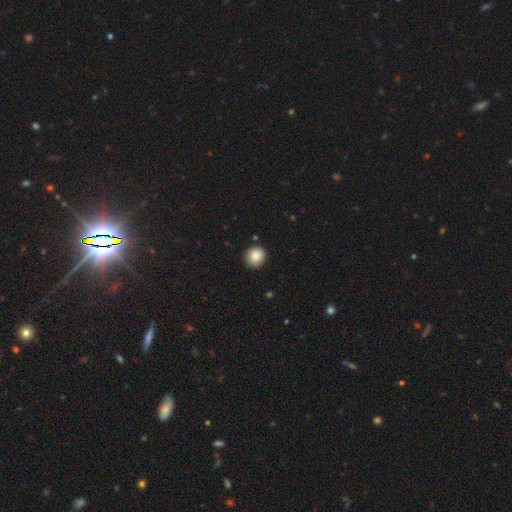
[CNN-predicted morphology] Overall: smooth (85%). How rounded: round (90%). Merging: none (88%).